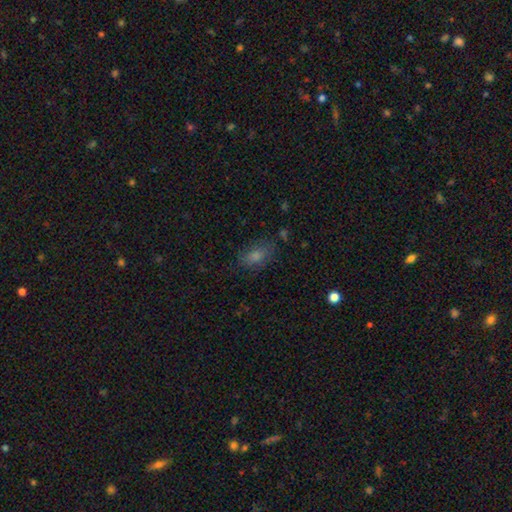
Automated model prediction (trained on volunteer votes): The model was most divided on "smooth or featured": smooth: 63%, star or artifact: 22%, featured or disk: 15%. More confident: how rounded — in between (81%); merging — none (77%).